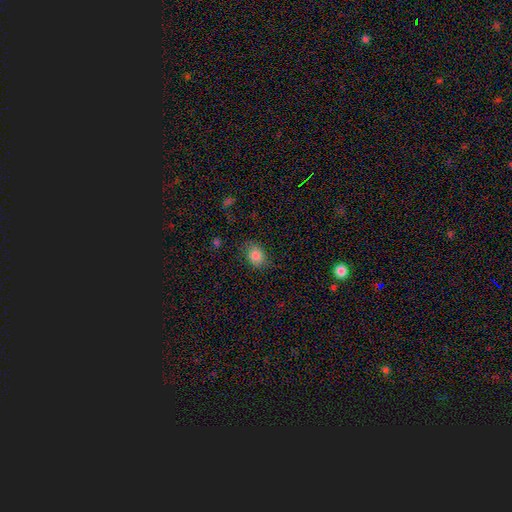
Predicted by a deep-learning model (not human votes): A smooth galaxy with no disk features (84%) that is in between round and cigar-shaped (66%). Merging: none (76%).